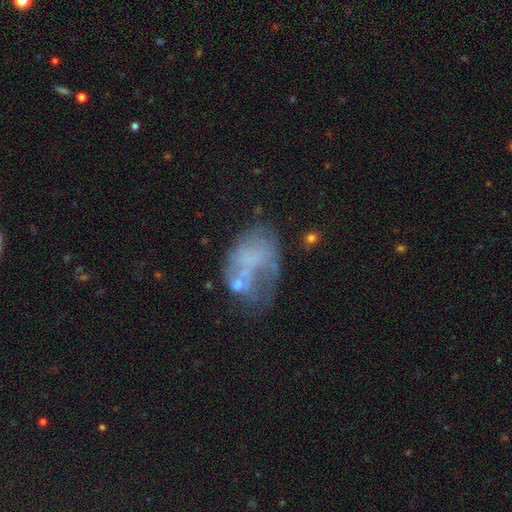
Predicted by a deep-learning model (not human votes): Overall: featured or disk (50%; smooth 37%). Edge-on disk: no (98%). Merging: major disturbance (34%; none 27%).